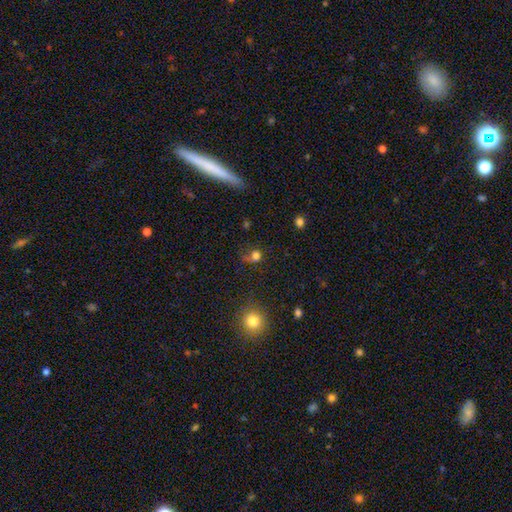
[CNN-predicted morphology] A smooth galaxy with no disk features (72%) that is round (79%).

Vote fractions:
- Smooth or featured? smooth: 72% / star or artifact: 18% / featured or disk: 10%
- How rounded? round: 79% / in between: 20% / cigar-shaped: 1%
- Merging? none: 52% / minor disturbance: 19% / major disturbance: 18% / merger: 11%